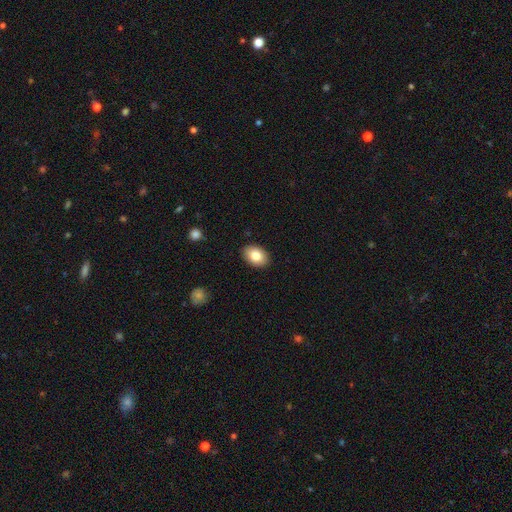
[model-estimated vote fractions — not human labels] Overall: smooth (82%). How rounded: in between (82%). Merging: none (89%).